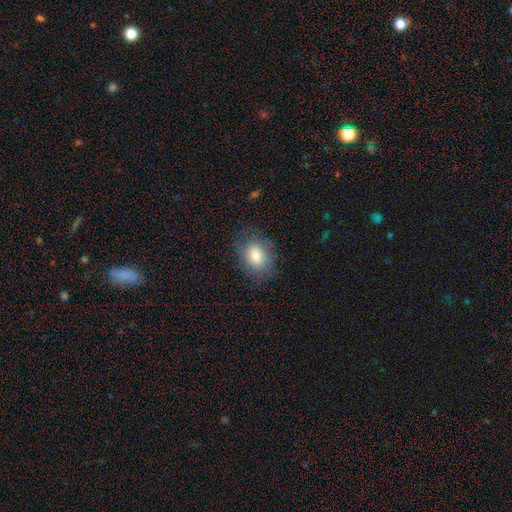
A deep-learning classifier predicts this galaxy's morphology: A smooth galaxy with no disk features (76%) that is in between round and cigar-shaped (66%).

Vote fractions:
- Smooth or featured? smooth: 76% / featured or disk: 15% / star or artifact: 9%
- How rounded? in between: 66% / round: 33% / cigar-shaped: 1%
- Merging? none: 78% / minor disturbance: 15% / major disturbance: 6% / merger: 1%